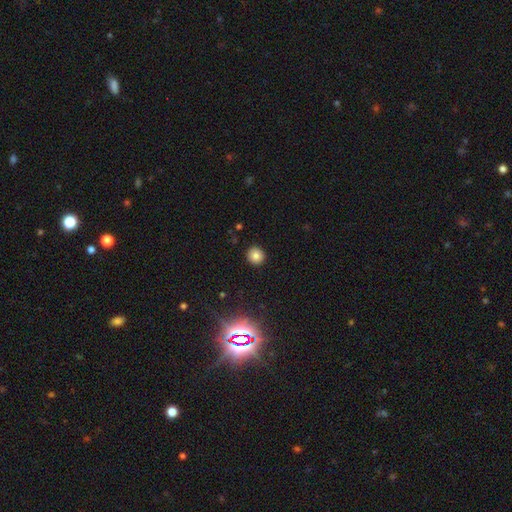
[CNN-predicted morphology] Smooth or featured: smooth — 81% (star or artifact — 13%)
How rounded: round — 91% (in between — 8%)
Merging: none — 92% (minor disturbance — 5%)